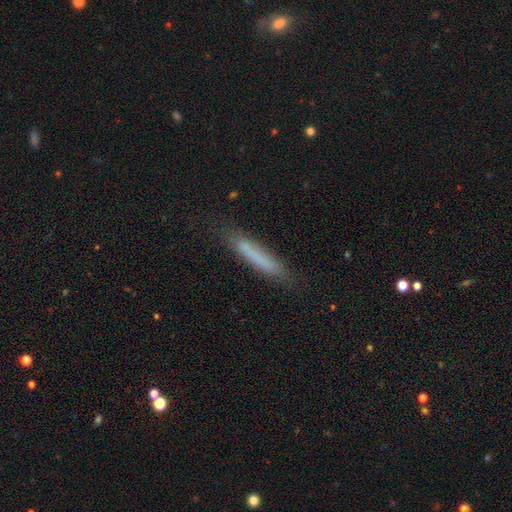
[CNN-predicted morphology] The model was most divided on "smooth or featured": smooth: 72%, featured or disk: 20%, star or artifact: 8%. More confident: how rounded — cigar-shaped (92%); merging — none (80%).